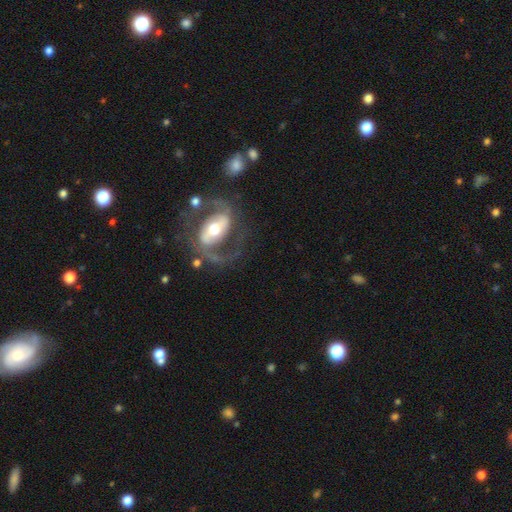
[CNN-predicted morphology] Smooth or featured? featured or disk (84%)
Edge-on disk? no (96%)
Bar? strong (39%)
Spiral arms? yes (89%)
Spiral winding? medium (52%)
Spiral arm count? 2 (87%)
Bulge size? moderate (66%)
Merging? none (66%)